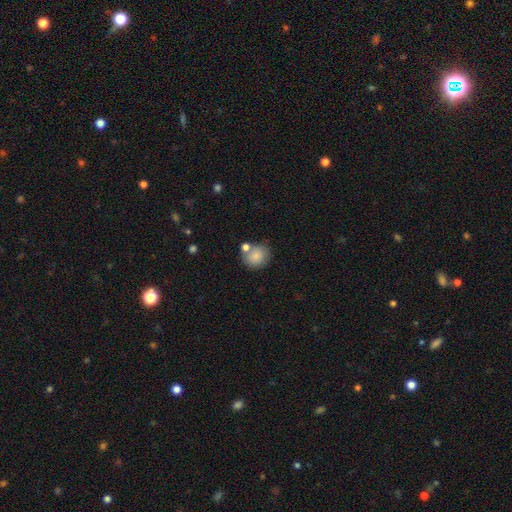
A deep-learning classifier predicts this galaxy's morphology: Smooth or featured?
  - smooth: 82% *
  - featured or disk: 10%
  - star or artifact: 8%
How rounded?
  - round: 78% *
  - in between: 21%
  - cigar-shaped: 1%
Merging?
  - none: 58% *
  - merger: 23%
  - minor disturbance: 14%
  - major disturbance: 5%